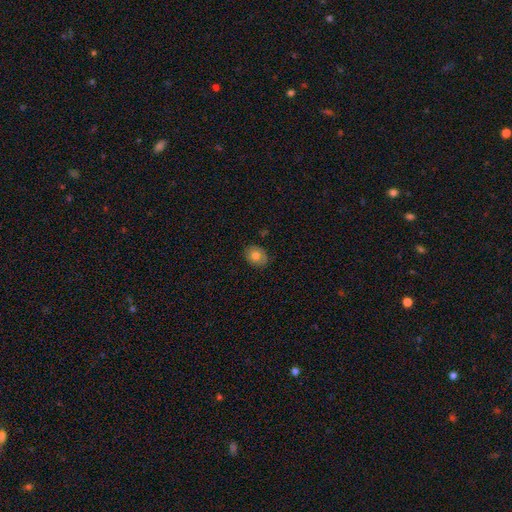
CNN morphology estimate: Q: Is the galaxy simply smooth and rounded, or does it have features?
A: smooth — 76%.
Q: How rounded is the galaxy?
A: in between — 54%.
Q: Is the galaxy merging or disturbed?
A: none — 85%.